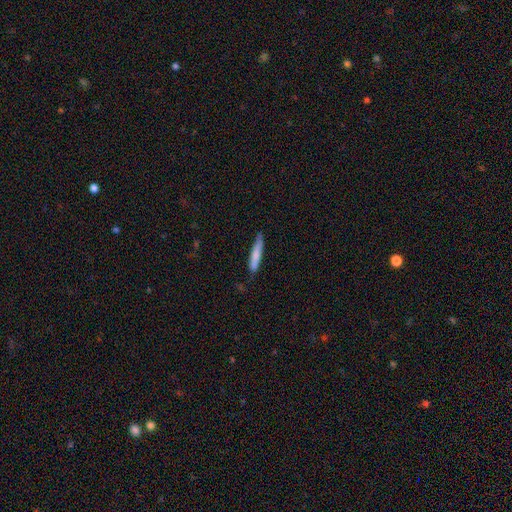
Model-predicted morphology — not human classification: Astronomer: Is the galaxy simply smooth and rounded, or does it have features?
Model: smooth — 74%.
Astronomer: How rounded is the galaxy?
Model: cigar-shaped — 91%.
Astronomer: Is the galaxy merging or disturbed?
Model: none — 75%.